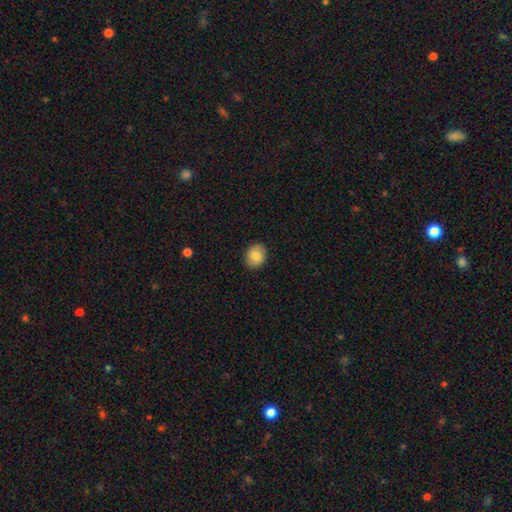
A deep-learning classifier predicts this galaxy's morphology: smooth 82%, featured or disk 10%, star or artifact 8%. Down the decision tree: how rounded — round (60%); merging — none (89%).